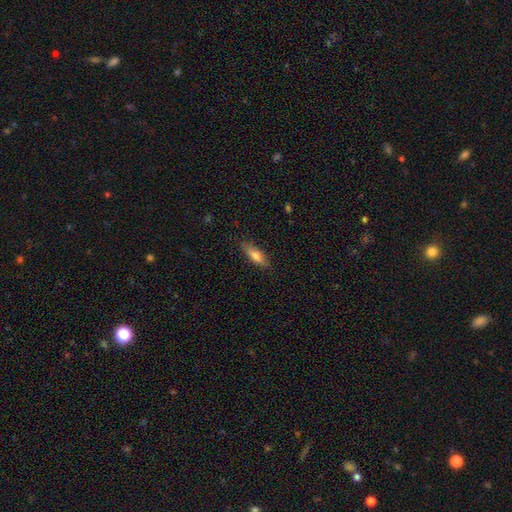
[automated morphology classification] type=smooth (73%); roundness=in between (50%); merging=none (83%).